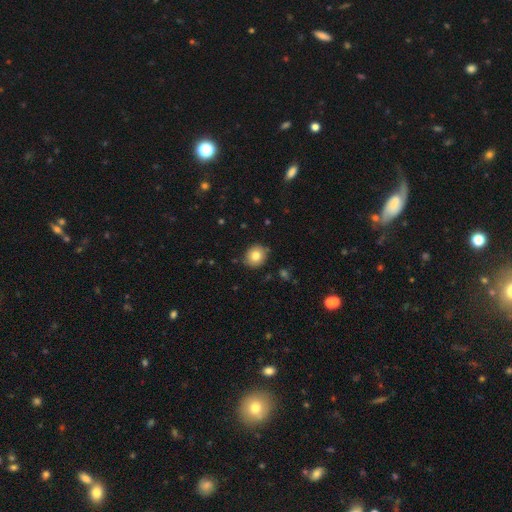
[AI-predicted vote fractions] Smooth or featured?
  - smooth: 80% *
  - featured or disk: 10%
  - star or artifact: 9%
How rounded?
  - round: 80% *
  - in between: 19%
  - cigar-shaped: 1%
Merging?
  - none: 86% *
  - minor disturbance: 11%
  - major disturbance: 2%
  - merger: 1%